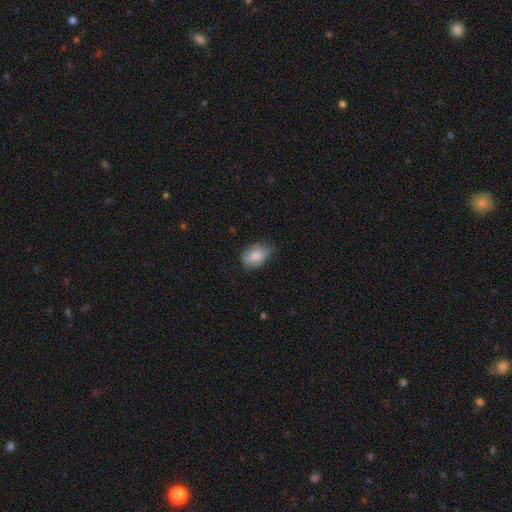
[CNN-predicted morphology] smooth 80%, featured or disk 13%, star or artifact 7%. Down the decision tree: how rounded — in between (80%); merging — none (53%).